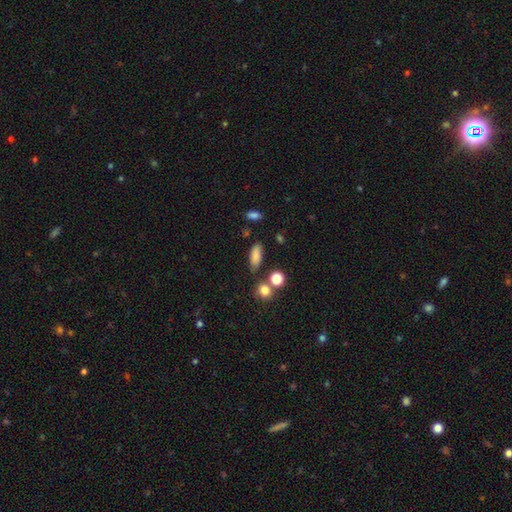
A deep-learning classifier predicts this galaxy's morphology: Overall: smooth (82%). How rounded: in between (75%). Merging: none (70%).